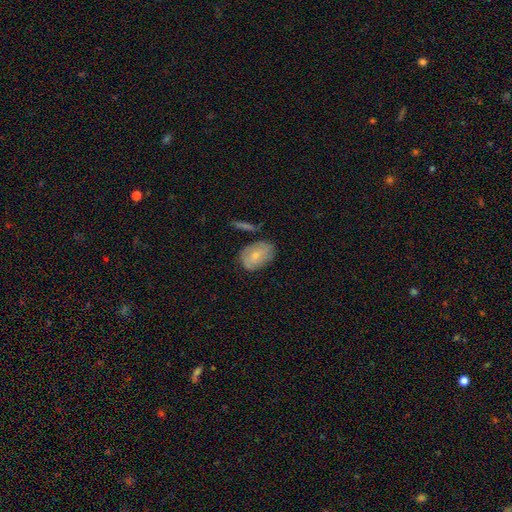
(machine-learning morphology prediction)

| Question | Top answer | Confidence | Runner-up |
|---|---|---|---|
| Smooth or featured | smooth | 65% | featured or disk (28%) |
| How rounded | in between | 82% | round (17%) |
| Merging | none | 67% | minor disturbance (23%) |